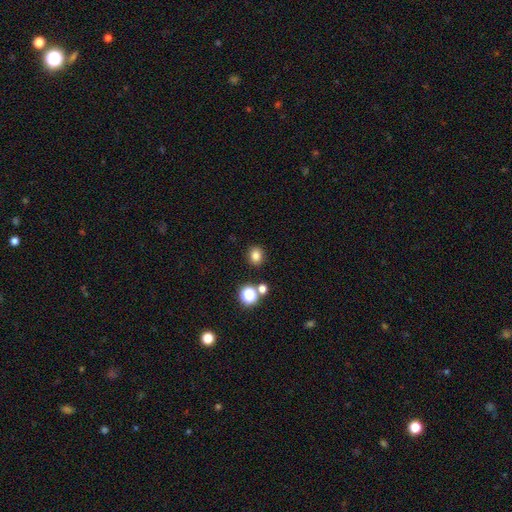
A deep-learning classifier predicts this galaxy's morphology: smooth_or_featured: smooth (p=0.80) [alt: star or artifact p=0.15]
how_rounded: round (p=0.75) [alt: in between p=0.24]
merging: none (p=0.87) [alt: minor disturbance p=0.07]